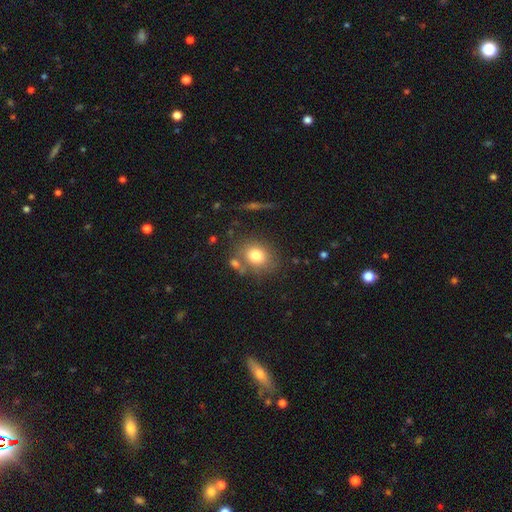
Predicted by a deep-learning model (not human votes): Smooth or featured?
  - smooth: 77% *
  - featured or disk: 12%
  - star or artifact: 11%
How rounded?
  - round: 58% *
  - in between: 41%
  - cigar-shaped: 1%
Merging?
  - none: 70% *
  - minor disturbance: 13%
  - merger: 12%
  - major disturbance: 5%